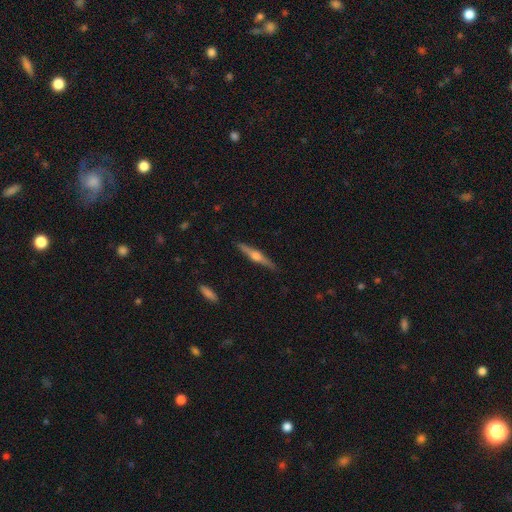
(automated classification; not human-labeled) The model was most divided on "smooth or featured": featured or disk: 76%, smooth: 19%, star or artifact: 6%. More confident: edge-on disk — yes (98%); edge-on bulge — rounded (92%); merging — none (90%).